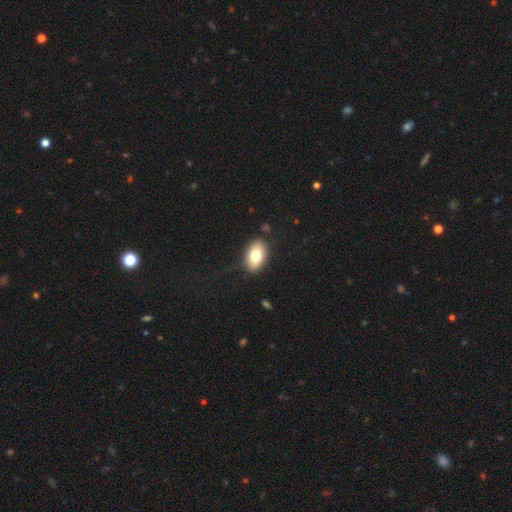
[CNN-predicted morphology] Q: Smooth or featured?
A: smooth (76%); runner-up: featured or disk (16%)
Q: How rounded?
A: in between (90%); runner-up: round (8%)
Q: Merging?
A: none (81%); runner-up: minor disturbance (13%)